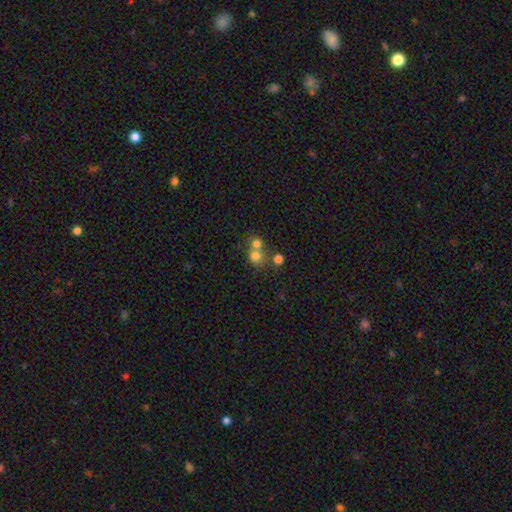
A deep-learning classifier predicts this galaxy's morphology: A smooth galaxy with no disk features (73%) that is round (84%).

Vote fractions:
- Smooth or featured? smooth: 73% / star or artifact: 15% / featured or disk: 12%
- How rounded? round: 84% / in between: 15% / cigar-shaped: 1%
- Merging? merger: 50% / none: 41% / minor disturbance: 6% / major disturbance: 3%